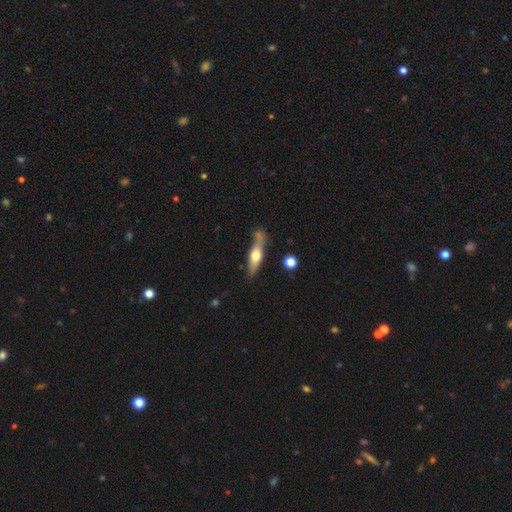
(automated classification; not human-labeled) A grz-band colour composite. It shows a featured or disk galaxy (55%) viewed edge-on (91%) with a rounded central bulge (93%). Merging: none (67%).